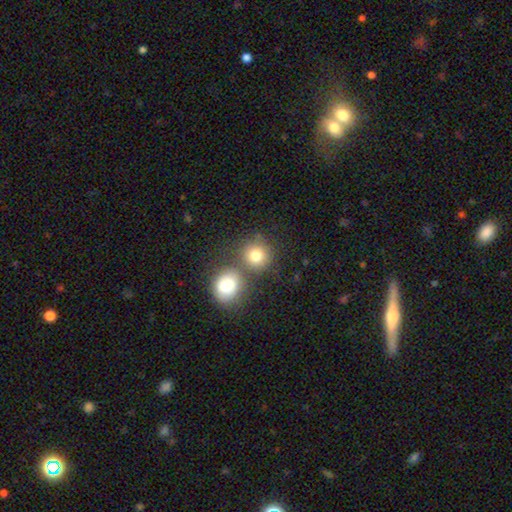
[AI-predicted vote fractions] smooth_or_featured: smooth (p=0.79) [alt: star or artifact p=0.11]
how_rounded: round (p=0.87) [alt: in between p=0.12]
merging: none (p=0.59) [alt: merger p=0.30]